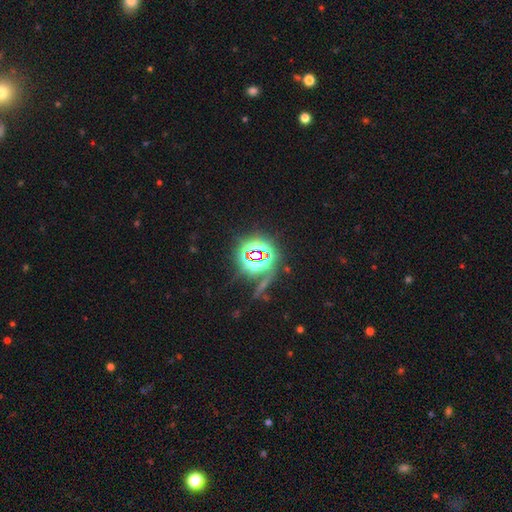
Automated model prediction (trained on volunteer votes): This appears to be a star or artifact, not a galaxy (78%).